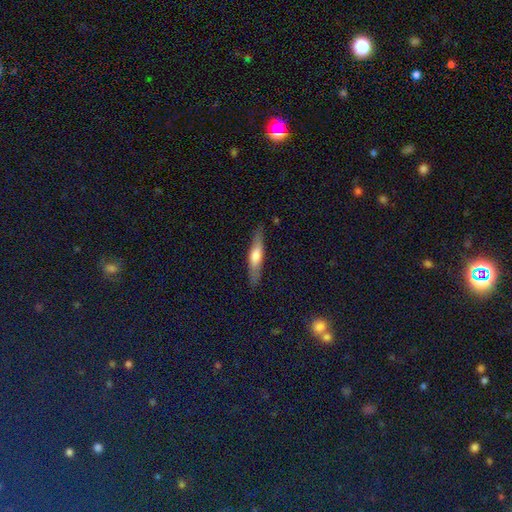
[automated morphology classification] Smooth or featured: smooth — 50% (featured or disk — 44%)
How rounded: cigar-shaped — 82% (in between — 16%)
Merging: none — 86% (minor disturbance — 11%)